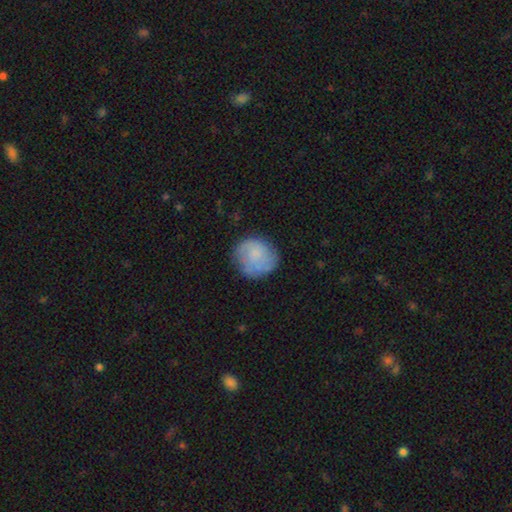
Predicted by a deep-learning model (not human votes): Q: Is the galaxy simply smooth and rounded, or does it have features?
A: smooth — 61%.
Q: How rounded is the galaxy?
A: round — 83%.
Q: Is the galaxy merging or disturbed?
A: none — 72%.